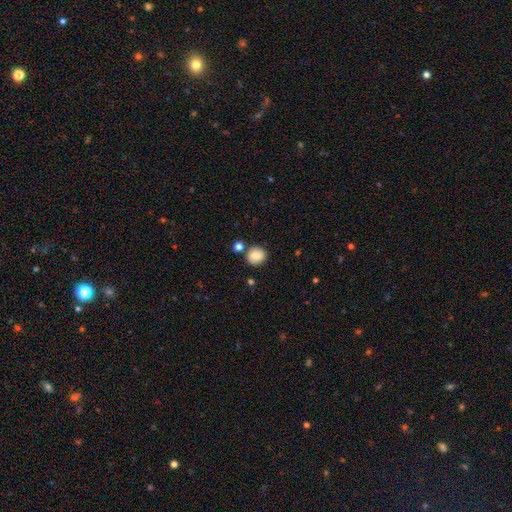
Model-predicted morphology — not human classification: type=smooth (82%); roundness=round (80%); merging=none (77%).